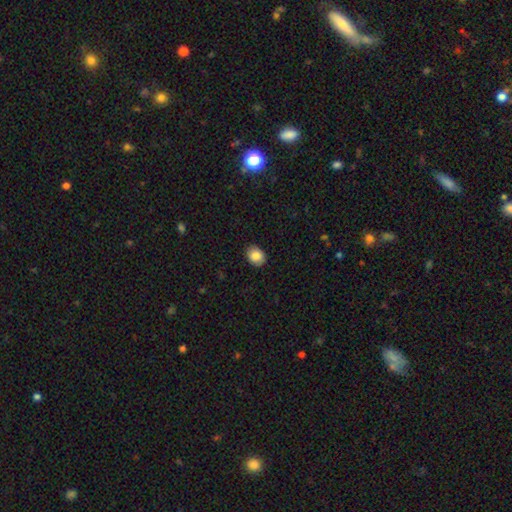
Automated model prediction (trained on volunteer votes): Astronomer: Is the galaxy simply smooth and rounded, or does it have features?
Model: smooth — 86%.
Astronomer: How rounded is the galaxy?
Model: in between — 58% (runner-up: round, 41%).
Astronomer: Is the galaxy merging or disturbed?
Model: none — 89%.